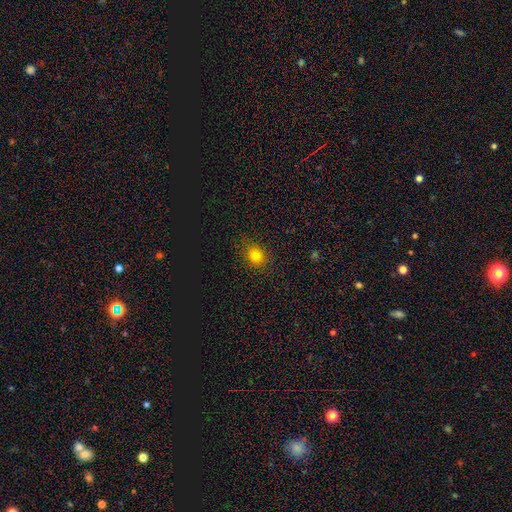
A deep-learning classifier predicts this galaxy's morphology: A smooth galaxy with no disk features (77%) that is round (67%). Merging: none (85%).